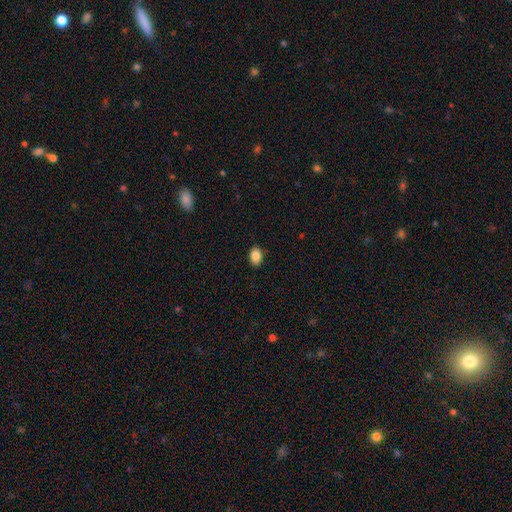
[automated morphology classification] A smooth galaxy with no disk features (86%) that is in between round and cigar-shaped (81%).

Vote fractions:
- Smooth or featured? smooth: 86% / star or artifact: 8% / featured or disk: 6%
- How rounded? in between: 81% / round: 18% / cigar-shaped: 1%
- Merging? none: 88% / minor disturbance: 9% / major disturbance: 2% / merger: 1%